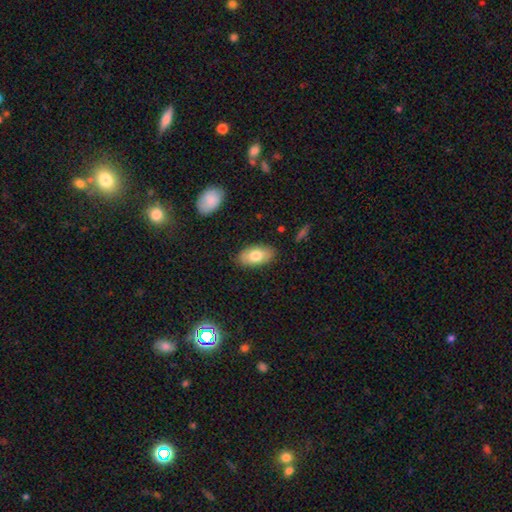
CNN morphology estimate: The model was most divided on "smooth or featured": smooth: 76%, featured or disk: 18%, star or artifact: 7%. More confident: how rounded — in between (94%); merging — none (86%).